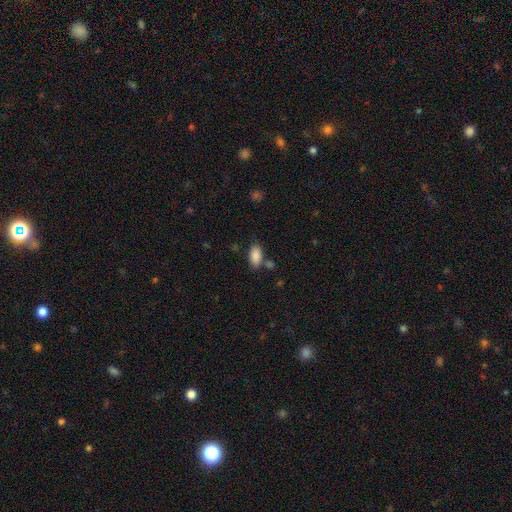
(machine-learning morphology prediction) Q: Smooth or featured?
A: smooth (88%); runner-up: star or artifact (7%)
Q: How rounded?
A: in between (92%); runner-up: cigar-shaped (5%)
Q: Merging?
A: none (72%); runner-up: minor disturbance (14%)